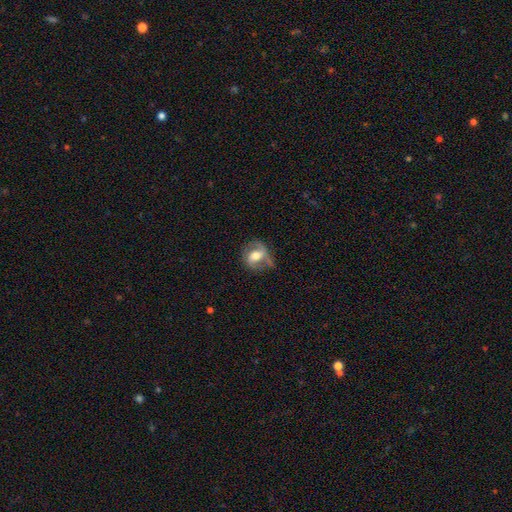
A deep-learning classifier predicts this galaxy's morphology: A featured or disk galaxy (59%) with a weak bar (41%), spiral arms (76%) and a moderate central bulge (61%).

Vote fractions:
- Smooth or featured? featured or disk: 59% / smooth: 34% / star or artifact: 8%
- Edge-on disk? no: 95% / yes: 5%
- Bar? weak: 41% / no: 31% / strong: 29%
- Spiral arms? yes: 76% / no: 24%
- Bulge size? moderate: 61% / large: 21% / small: 14% / none: 2% / dominant: 2%
- Merging? none: 52% / minor disturbance: 27% / major disturbance: 17% / merger: 4%